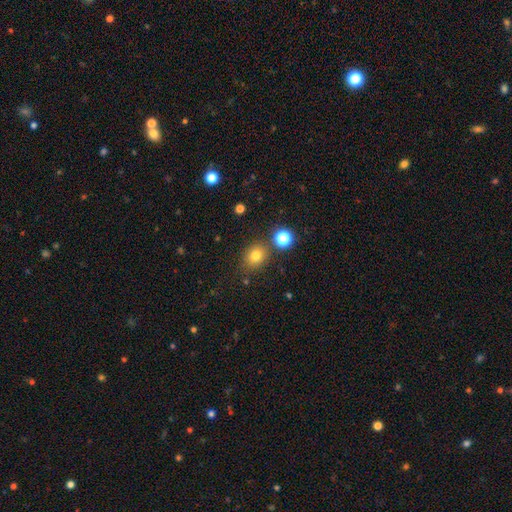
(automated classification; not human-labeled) The model was most divided on "how rounded": round: 62%, in between: 37%, cigar-shaped: 1%. More confident: merging — none (78%); smooth or featured — smooth (76%).